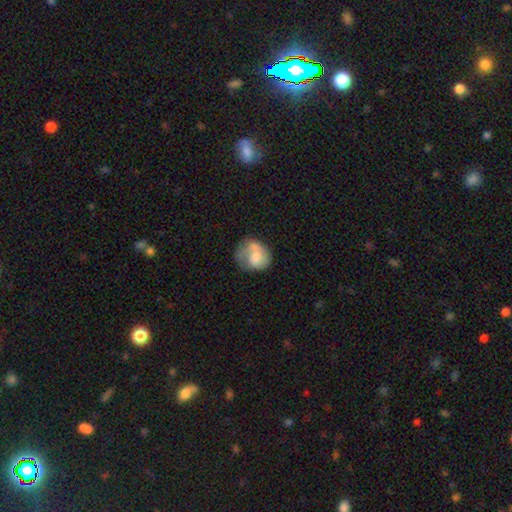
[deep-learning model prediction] A smooth galaxy with no disk features (56%) that is round (61%). Merging: none (34%).